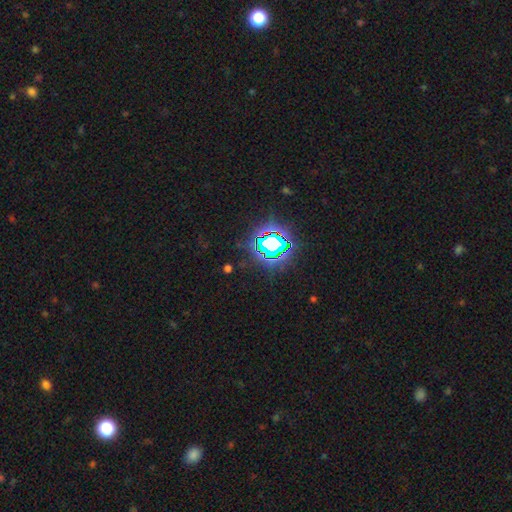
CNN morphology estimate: The model was most divided on "smooth or featured": star or artifact: 79%, smooth: 14%, featured or disk: 7%.